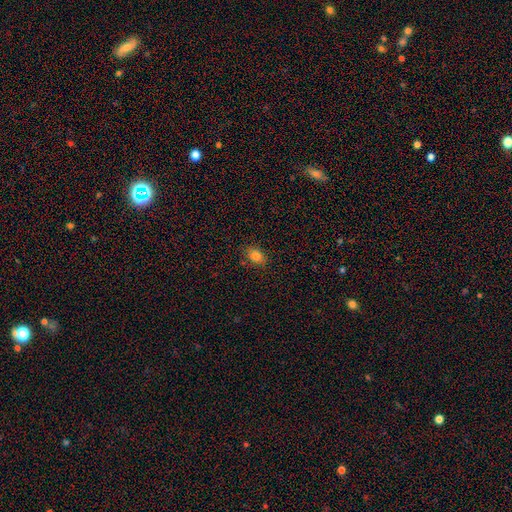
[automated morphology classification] A smooth galaxy with no disk features (82%) that is in between round and cigar-shaped (70%).

Vote fractions:
- Smooth or featured? smooth: 82% / star or artifact: 12% / featured or disk: 6%
- How rounded? in between: 70% / round: 28% / cigar-shaped: 1%
- Merging? none: 84% / minor disturbance: 12% / major disturbance: 3% / merger: 2%